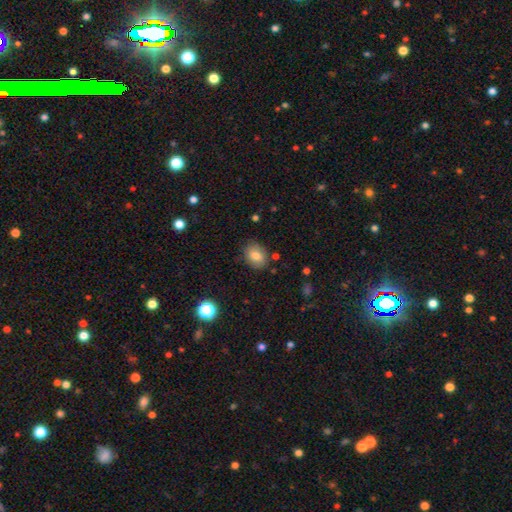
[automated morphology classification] Smooth or featured? Predicted: smooth (p=0.80). How rounded? Predicted: in between (p=0.64). Merging? Predicted: none (p=0.82).